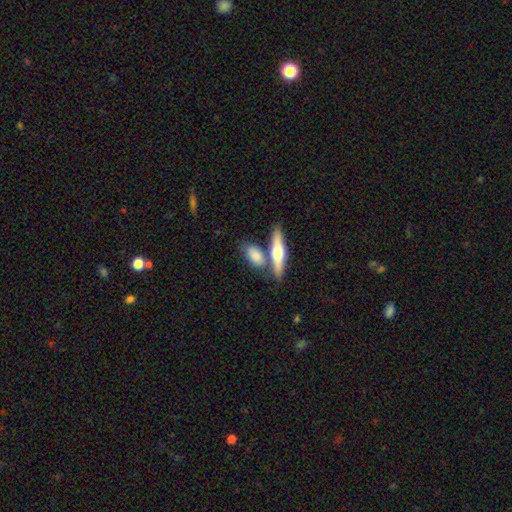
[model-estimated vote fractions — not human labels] A smooth galaxy with no disk features (69%) that is in between round and cigar-shaped (64%).

Vote fractions:
- Smooth or featured? smooth: 69% / featured or disk: 26% / star or artifact: 5%
- How rounded? in between: 64% / cigar-shaped: 29% / round: 7%
- Merging? none: 55% / merger: 29% / minor disturbance: 12% / major disturbance: 4%